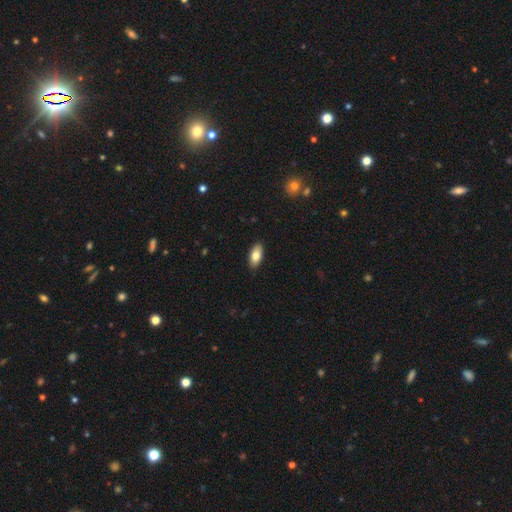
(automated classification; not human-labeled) A smooth galaxy with no disk features (81%) that is in between round and cigar-shaped (91%).

Vote fractions:
- Smooth or featured? smooth: 81% / featured or disk: 12% / star or artifact: 7%
- How rounded? in between: 91% / cigar-shaped: 7% / round: 3%
- Merging? none: 88% / minor disturbance: 9% / major disturbance: 2% / merger: 1%